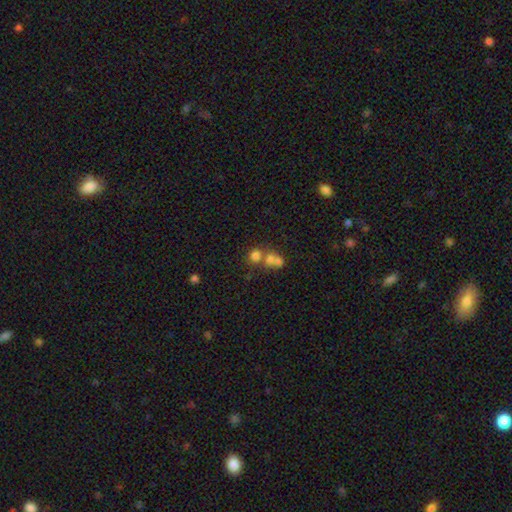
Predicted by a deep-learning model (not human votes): Smooth or featured? Predicted: smooth (p=0.69). How rounded? Predicted: round (p=0.78). Merging? Predicted: merger (p=0.51).